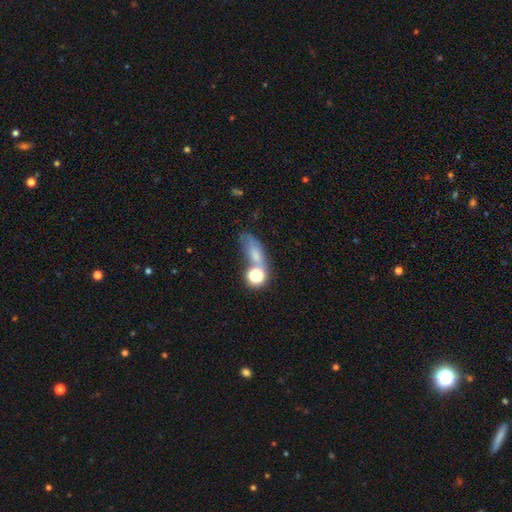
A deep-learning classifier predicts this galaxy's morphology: Overall: smooth (60%; star or artifact 21%). How rounded: in between (56%; round 25%). Merging: none (39%; merger 28%).